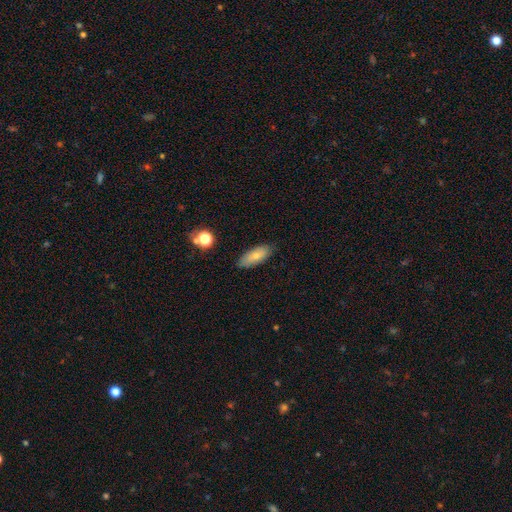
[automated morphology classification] This appears to be a smooth galaxy with no disk features (74%) that is in between round and cigar-shaped (77%). Merging: none (84%).